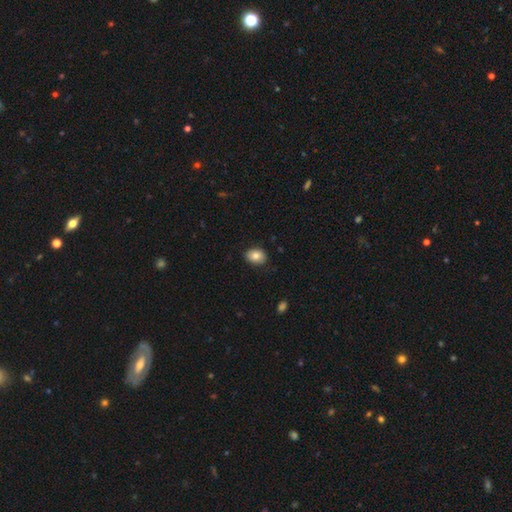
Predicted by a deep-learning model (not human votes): smooth_or_featured: smooth (p=0.81) [alt: featured or disk p=0.11]
how_rounded: in between (p=0.68) [alt: round p=0.31]
merging: none (p=0.84) [alt: minor disturbance p=0.13]